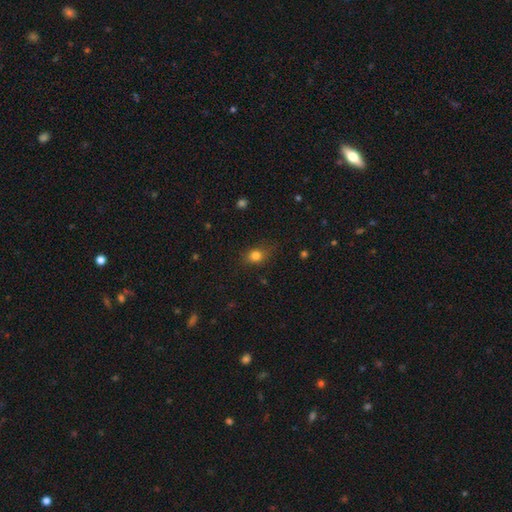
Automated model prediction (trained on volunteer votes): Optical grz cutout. It shows a smooth galaxy with no disk features (78%) that is in between round and cigar-shaped (55%). Merging: none (75%).